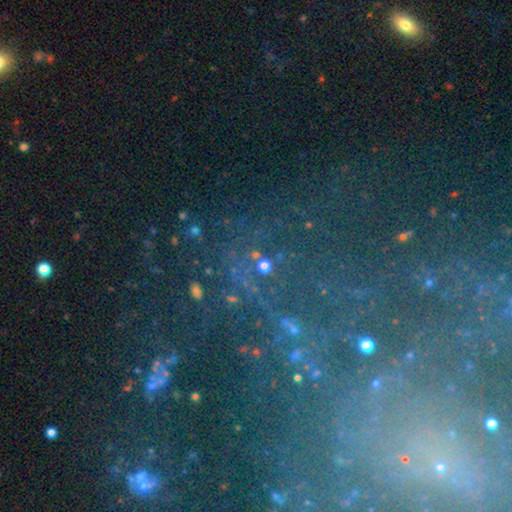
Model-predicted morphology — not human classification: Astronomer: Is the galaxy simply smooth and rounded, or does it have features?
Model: star or artifact — 70%.